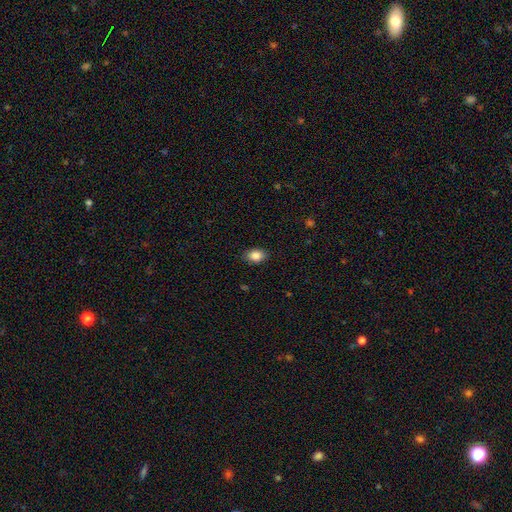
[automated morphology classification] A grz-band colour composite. It shows a smooth galaxy with no disk features (85%) that is in between round and cigar-shaped (80%). Merging: none (87%).